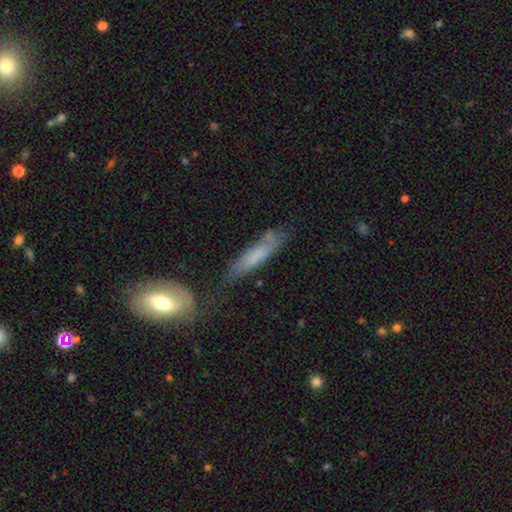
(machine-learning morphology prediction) The model was most divided on "merging": none: 53%, minor disturbance: 26%, merger: 11%, major disturbance: 10%. More confident: how rounded — cigar-shaped (82%); smooth or featured — smooth (62%).